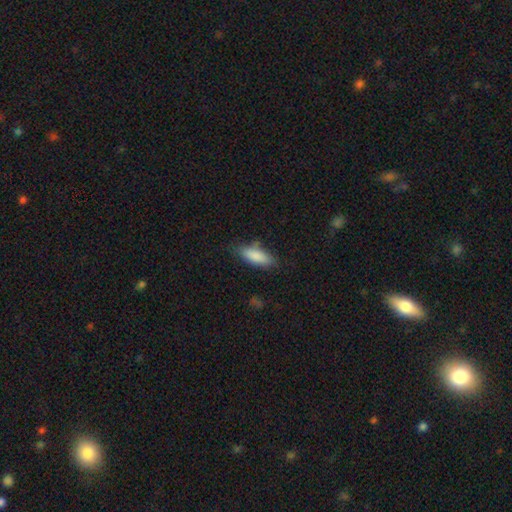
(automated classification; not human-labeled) This is clearly a smooth galaxy (85%). How rounded: likely in between (69%). Merging: likely none (72%).